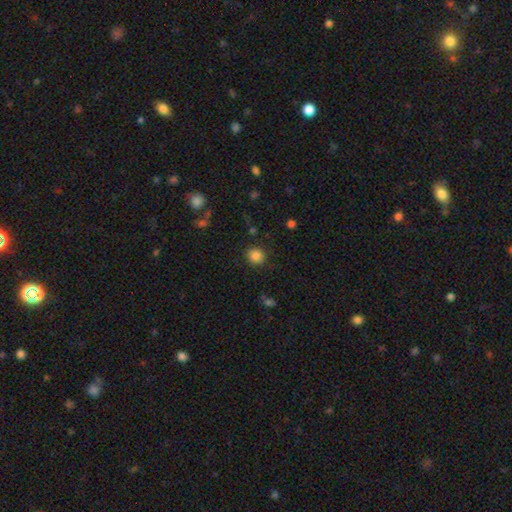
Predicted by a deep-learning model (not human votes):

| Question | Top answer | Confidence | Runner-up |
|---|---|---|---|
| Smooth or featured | smooth | 85% | star or artifact (11%) |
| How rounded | round | 88% | in between (11%) |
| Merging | none | 88% | minor disturbance (7%) |